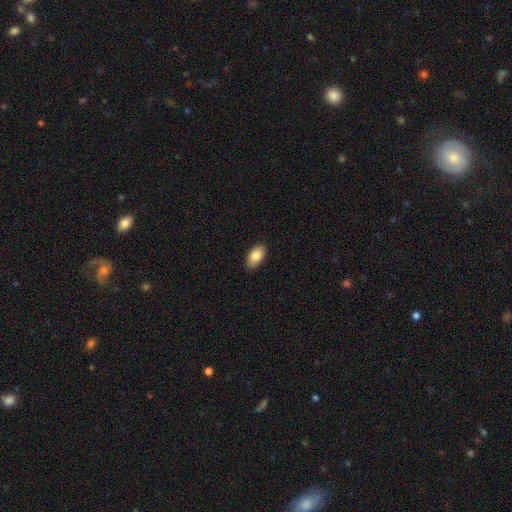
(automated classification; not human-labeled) Smooth or featured? Predicted: smooth (p=0.85). How rounded? Predicted: in between (p=0.94). Merging? Predicted: none (p=0.90).